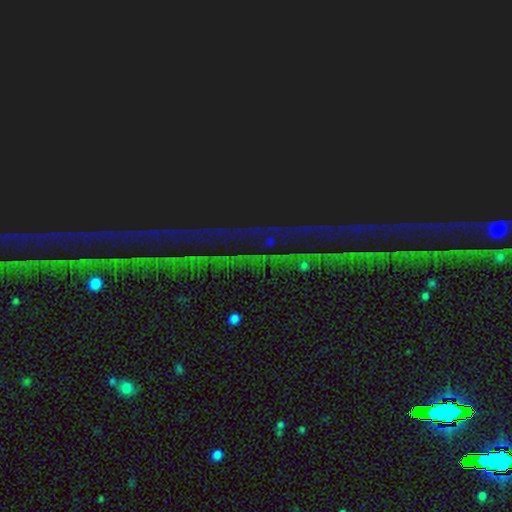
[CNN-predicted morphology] A star or artifact, not a galaxy (82%).